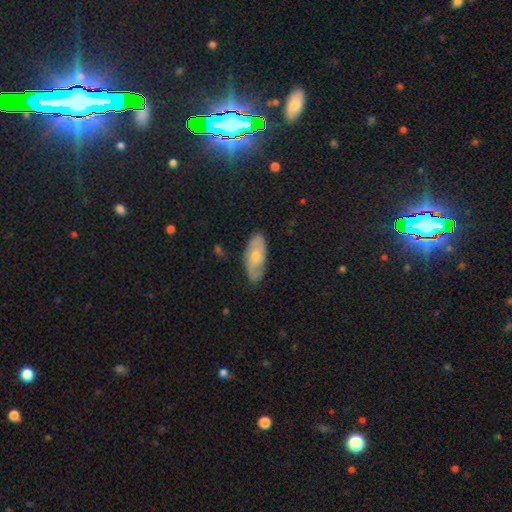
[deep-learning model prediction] The model was most divided on "smooth or featured": smooth: 53%, featured or disk: 41%, star or artifact: 7%. More confident: how rounded — in between (84%); merging — none (73%).